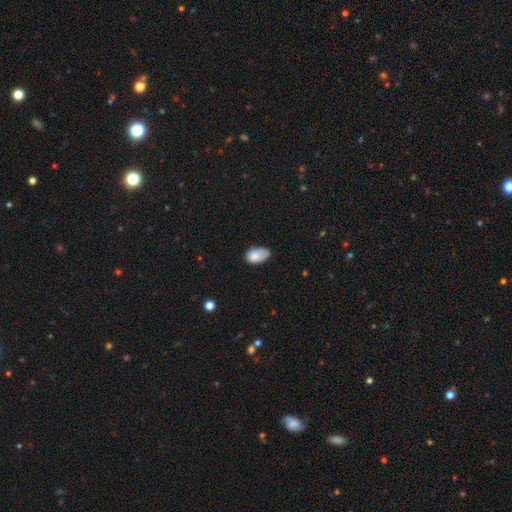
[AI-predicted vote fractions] This appears to be a smooth galaxy with no disk features (81%) that is in between round and cigar-shaped (92%). Merging: none (51%).